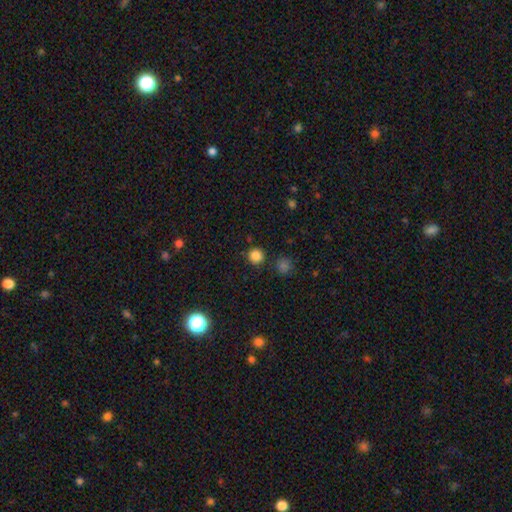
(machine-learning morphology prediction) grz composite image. It shows a smooth galaxy with no disk features (83%) that is round (94%). Merging: none (88%).